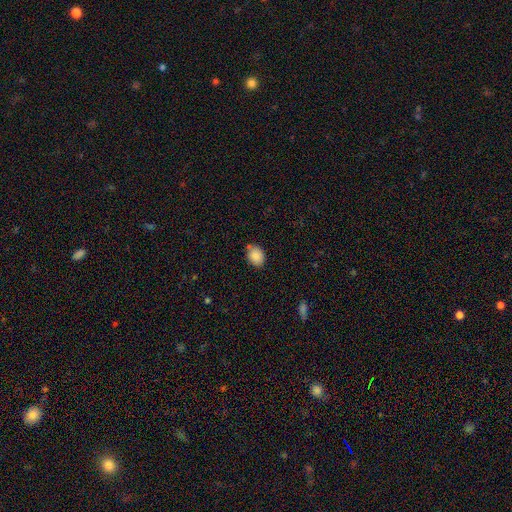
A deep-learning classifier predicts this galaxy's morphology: Smooth or featured? smooth (87%)
How rounded? in between (64%)
Merging? none (74%)